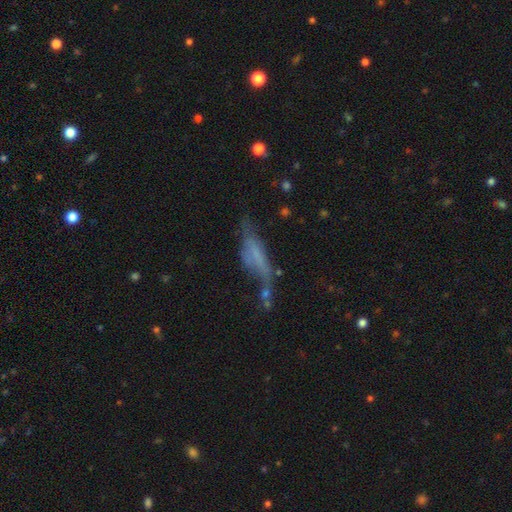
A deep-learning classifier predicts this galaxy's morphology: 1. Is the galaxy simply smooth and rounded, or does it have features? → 46% featured or disk, 39% smooth, 14% star or artifact.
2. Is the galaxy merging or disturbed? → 33% major disturbance, 29% none, 24% minor disturbance, 14% merger.